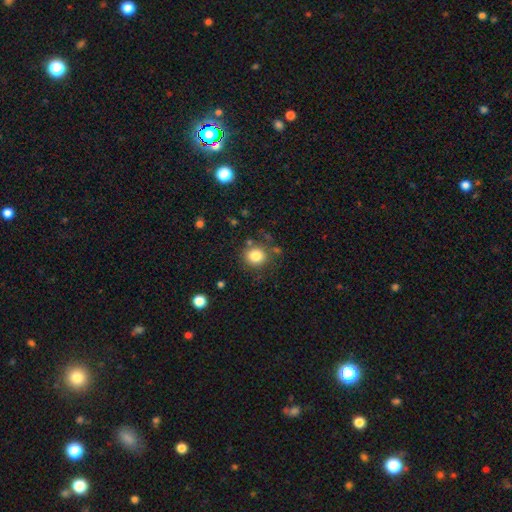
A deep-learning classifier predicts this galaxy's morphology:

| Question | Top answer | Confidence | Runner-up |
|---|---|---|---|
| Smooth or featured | smooth | 82% | star or artifact (11%) |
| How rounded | round | 85% | in between (14%) |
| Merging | none | 78% | minor disturbance (12%) |